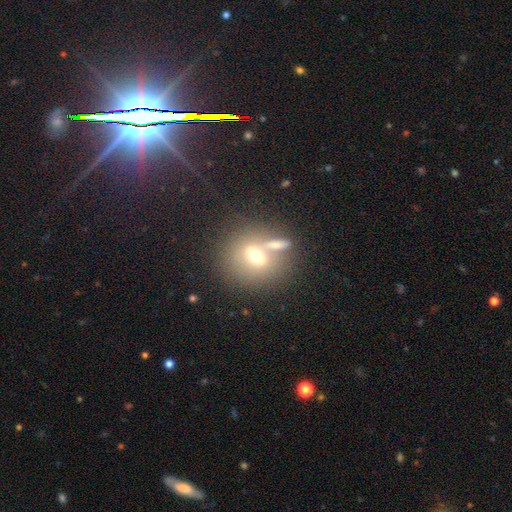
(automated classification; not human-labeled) smooth 54%, featured or disk 24%, star or artifact 22%. Down the decision tree: how rounded — round (78%); merging — none (51%).